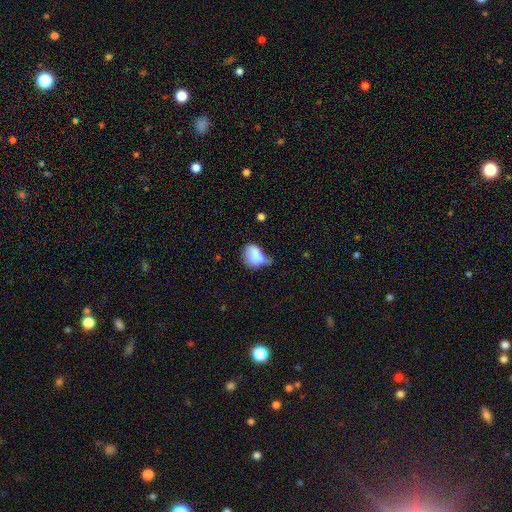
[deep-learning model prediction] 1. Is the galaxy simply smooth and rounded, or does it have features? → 78% smooth, 13% featured or disk, 9% star or artifact.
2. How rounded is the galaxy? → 66% in between, 33% round, 2% cigar-shaped.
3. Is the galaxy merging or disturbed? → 36% minor disturbance, 27% major disturbance, 24% none, 13% merger.